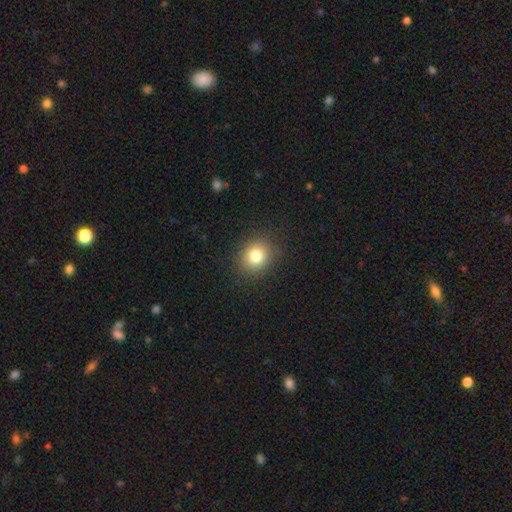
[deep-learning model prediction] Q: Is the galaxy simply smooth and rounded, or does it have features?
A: smooth — 79%.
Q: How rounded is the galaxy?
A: round — 76%.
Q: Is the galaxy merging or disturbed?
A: none — 89%.